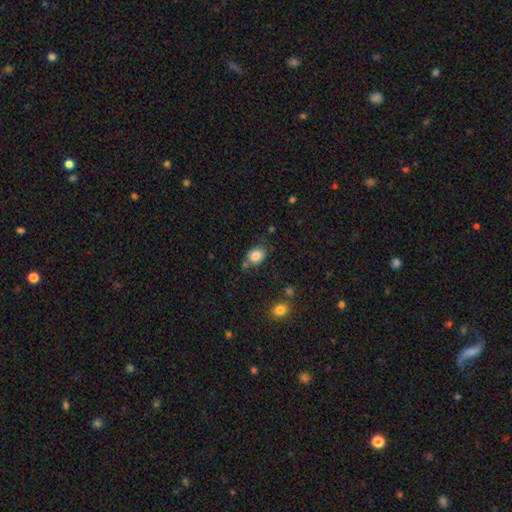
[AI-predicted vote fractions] Morphology: type=smooth (84%); roundness=in between (58%); merging=none (66%).